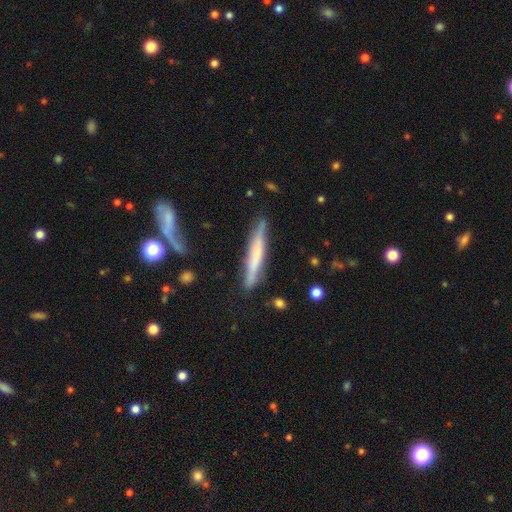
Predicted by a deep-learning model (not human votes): A smooth galaxy with no disk features (48%).

Vote fractions:
- Smooth or featured? smooth: 48% / featured or disk: 46% / star or artifact: 6%
- Merging? none: 74% / minor disturbance: 18% / merger: 4% / major disturbance: 4%